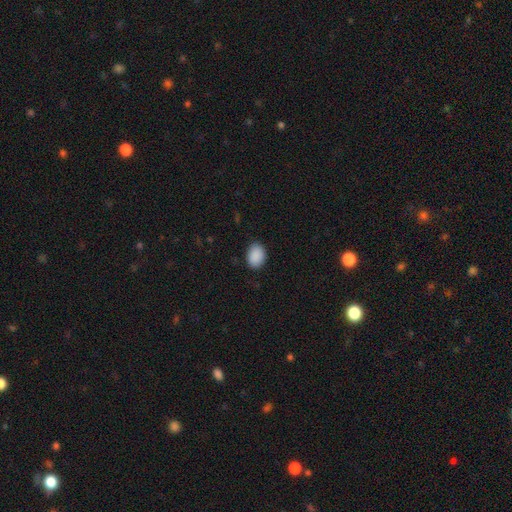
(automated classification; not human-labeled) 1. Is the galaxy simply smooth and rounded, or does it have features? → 90% smooth, 7% star or artifact, 3% featured or disk.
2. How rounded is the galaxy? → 81% in between, 18% round, 1% cigar-shaped.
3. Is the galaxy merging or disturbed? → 85% none, 12% minor disturbance, 2% major disturbance, 1% merger.